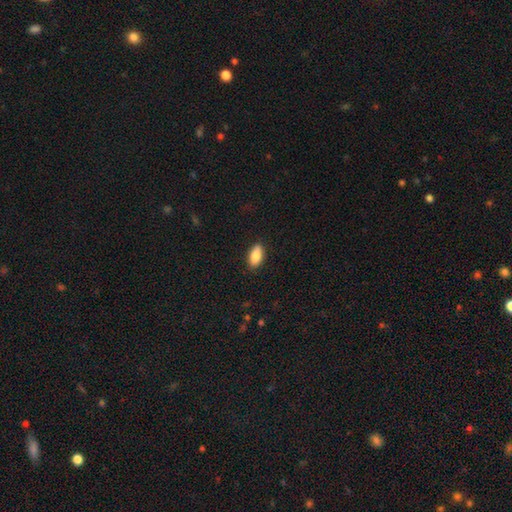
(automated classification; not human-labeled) A smooth galaxy with no disk features (87%) that is in between round and cigar-shaped (90%).

Vote fractions:
- Smooth or featured? smooth: 87% / star or artifact: 7% / featured or disk: 6%
- How rounded? in between: 90% / cigar-shaped: 8% / round: 3%
- Merging? none: 88% / minor disturbance: 9% / major disturbance: 2% / merger: 1%